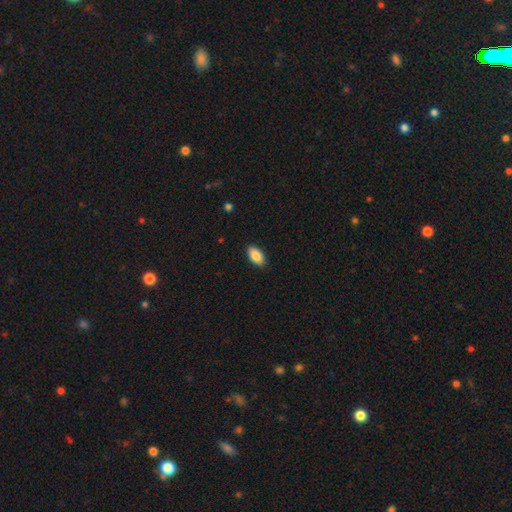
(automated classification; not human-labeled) This appears to be a smooth galaxy with no disk features (88%) that is in between round and cigar-shaped (93%). Merging: none (89%).